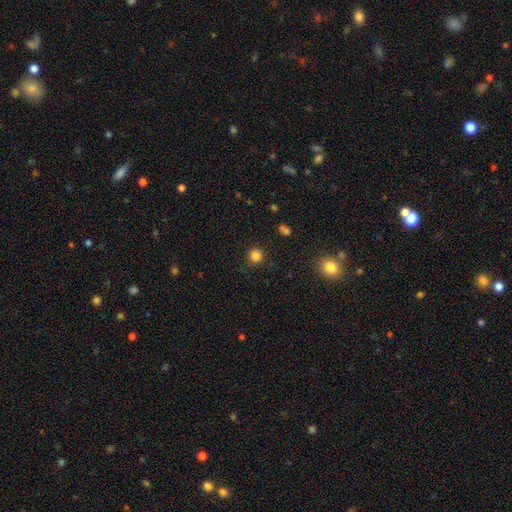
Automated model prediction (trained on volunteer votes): Smooth or featured? Predicted: smooth (p=0.83). How rounded? Predicted: round (p=0.94). Merging? Predicted: none (p=0.90).